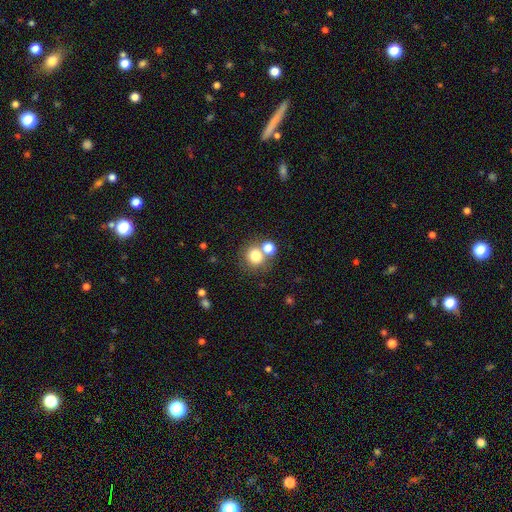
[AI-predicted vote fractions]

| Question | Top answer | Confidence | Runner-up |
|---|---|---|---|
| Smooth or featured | smooth | 78% | star or artifact (13%) |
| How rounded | round | 87% | in between (12%) |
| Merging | none | 60% | merger (28%) |